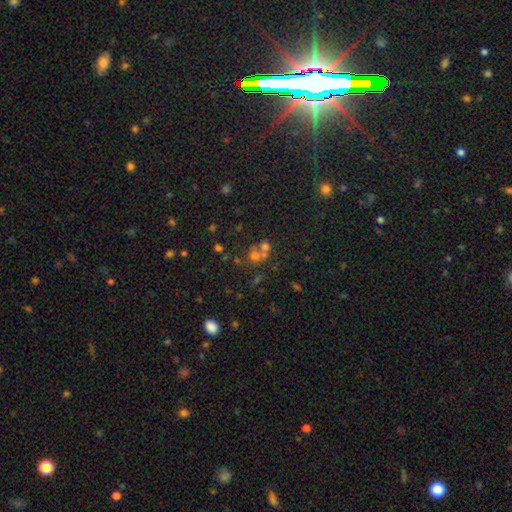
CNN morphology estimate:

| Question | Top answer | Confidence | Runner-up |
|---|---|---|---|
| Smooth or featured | smooth | 53% | star or artifact (28%) |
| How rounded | round | 78% | in between (21%) |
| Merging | merger | 49% | none (39%) |